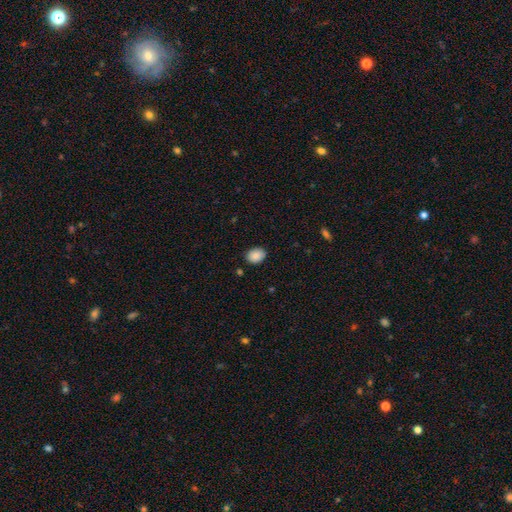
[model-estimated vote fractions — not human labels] smooth-or-featured: smooth: 88% | star or artifact: 8% | featured or disk: 5%
  how-rounded: in between: 60% | round: 39% | cigar-shaped: 1%
  merging: none: 86% | minor disturbance: 10% | major disturbance: 2% | merger: 1%